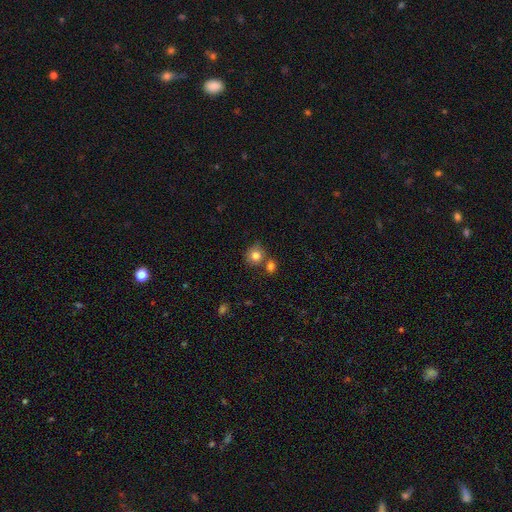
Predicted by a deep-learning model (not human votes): Smooth or featured? Predicted: smooth (p=0.83). How rounded? Predicted: round (p=0.84). Merging? Predicted: none (p=0.58).